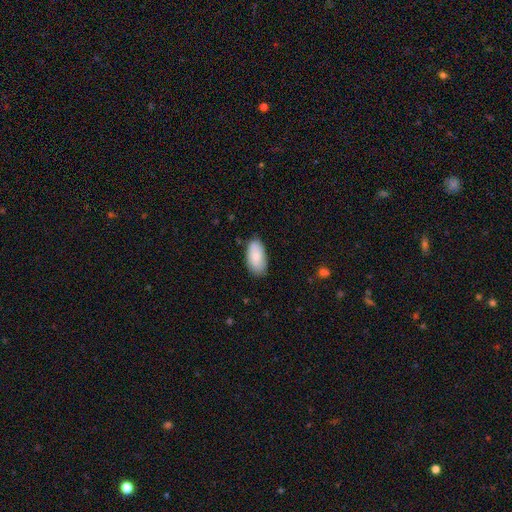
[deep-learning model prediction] smooth-or-featured: smooth: 82% | featured or disk: 12% | star or artifact: 6%
  how-rounded: in between: 94% | cigar-shaped: 4% | round: 2%
  merging: none: 80% | minor disturbance: 16% | major disturbance: 3% | merger: 1%